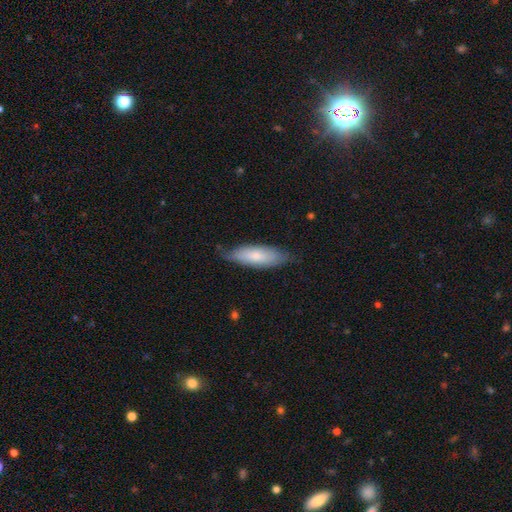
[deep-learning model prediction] smooth 66%, featured or disk 28%, star or artifact 6%. Down the decision tree: how rounded — in between (51%); merging — none (72%).